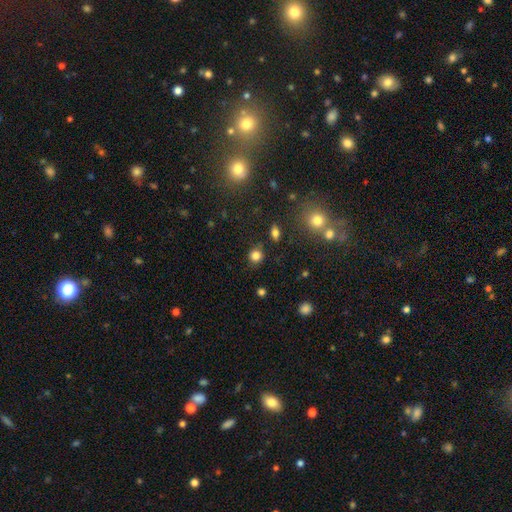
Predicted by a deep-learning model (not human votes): This appears to be a smooth galaxy with no disk features (82%) that is round (84%). Merging: none (84%).